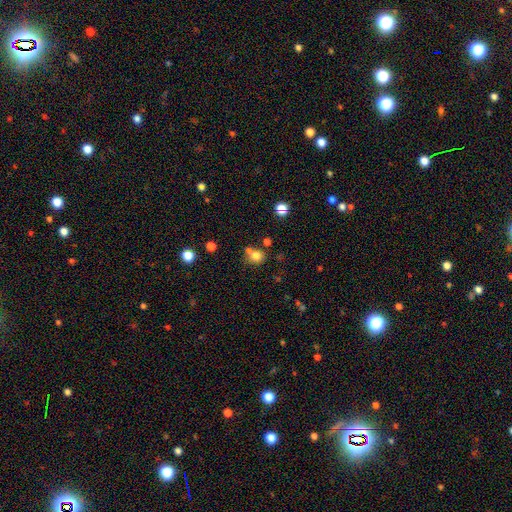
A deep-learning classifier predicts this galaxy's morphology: This appears to be a smooth galaxy with no disk features (78%) that is round (80%). Merging: none (60%).